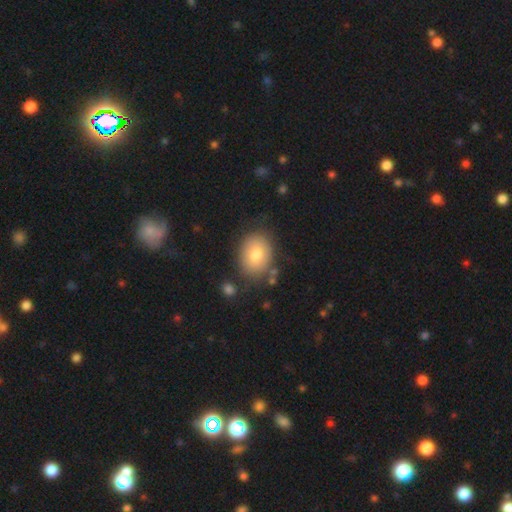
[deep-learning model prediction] Morphology: type=smooth (76%); roundness=in between (64%); merging=none (76%).